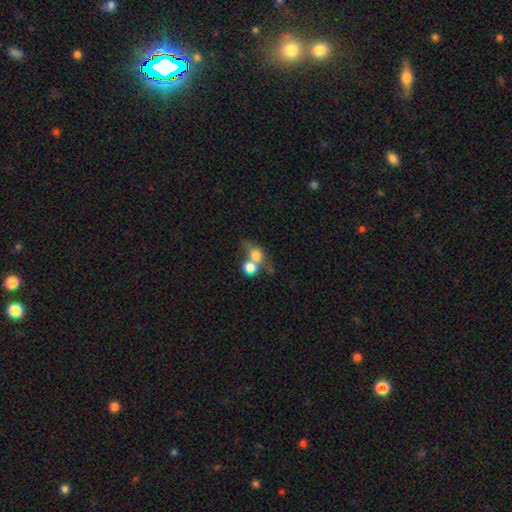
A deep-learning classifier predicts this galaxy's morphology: Smooth or featured?
  - smooth: 72% *
  - featured or disk: 18%
  - star or artifact: 11%
How rounded?
  - round: 64% *
  - in between: 34%
  - cigar-shaped: 2%
Merging?
  - merger: 62% *
  - none: 23%
  - major disturbance: 8%
  - minor disturbance: 7%